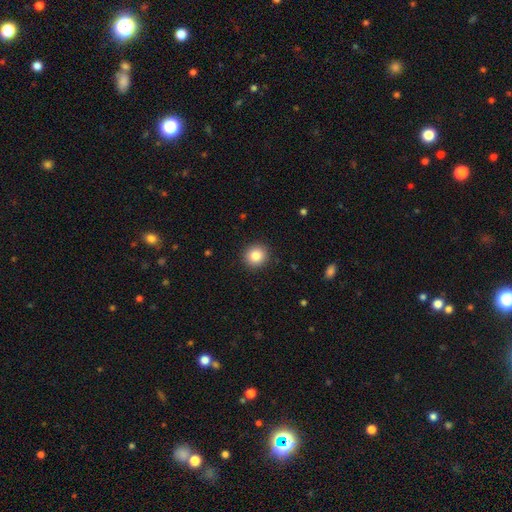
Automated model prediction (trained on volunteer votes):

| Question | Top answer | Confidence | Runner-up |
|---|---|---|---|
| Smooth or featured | smooth | 85% | star or artifact (10%) |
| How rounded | round | 90% | in between (9%) |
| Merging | none | 91% | minor disturbance (6%) |